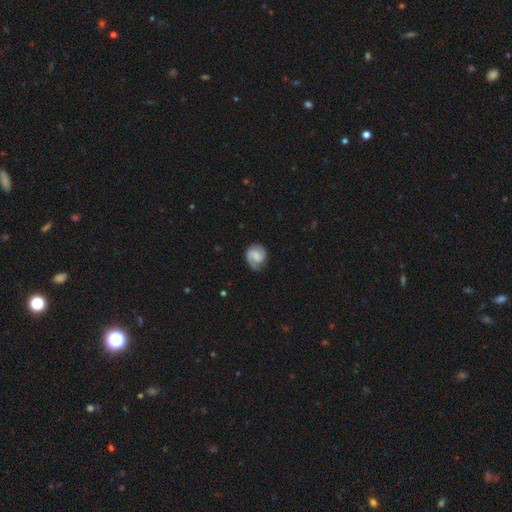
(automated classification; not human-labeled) featured or disk 74%, smooth 20%, star or artifact 6%. Down the decision tree: edge-on disk — no (98%); bar — weak (48%); spiral arms — yes (96%); spiral arm count — 2 (78%); spiral winding — medium (44%); bulge size — small (36%); merging — none (75%).